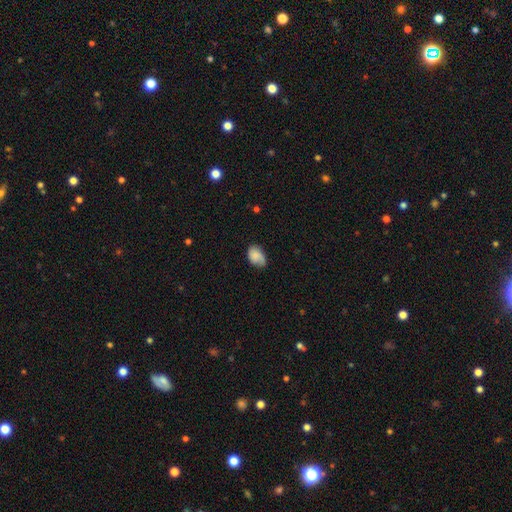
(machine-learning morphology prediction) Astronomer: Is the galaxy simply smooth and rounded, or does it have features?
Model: smooth — 75%.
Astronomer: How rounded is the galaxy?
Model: in between — 84%.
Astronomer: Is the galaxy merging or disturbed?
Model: none — 56% (runner-up: minor disturbance, 32%).